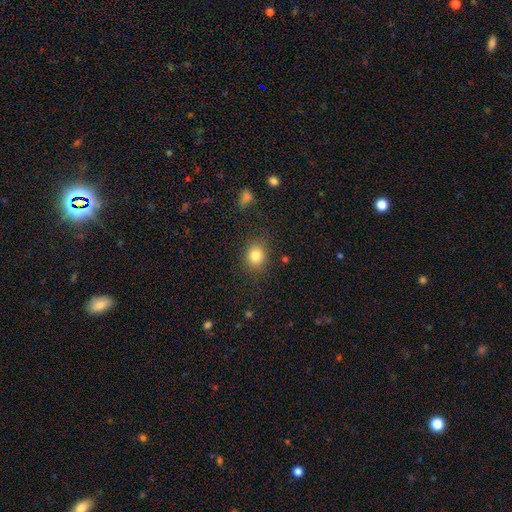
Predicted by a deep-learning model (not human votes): Smooth or featured? Predicted: smooth (p=0.83). How rounded? Predicted: round (p=0.65). Merging? Predicted: none (p=0.81).